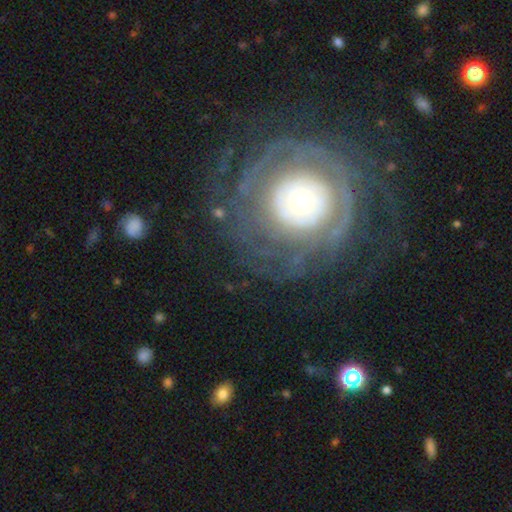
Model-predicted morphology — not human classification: featured or disk 74%, smooth 18%, star or artifact 9%. Down the decision tree: edge-on disk — no (96%); bar — no (86%); spiral arms — yes (79%); spiral arm count — can't tell (46%); spiral winding — tight (72%); bulge size — small (47%); merging — none (71%).